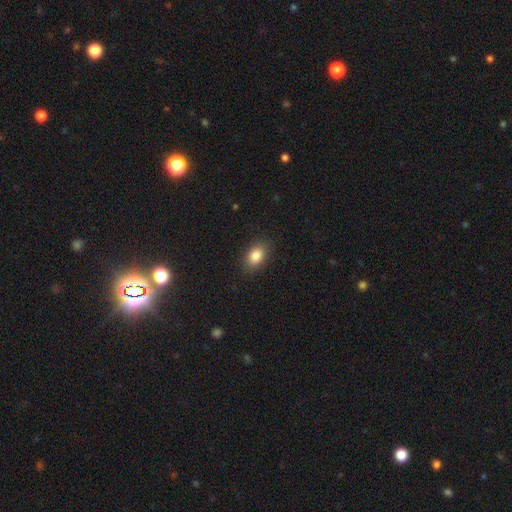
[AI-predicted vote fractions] Morphology: type=smooth (85%); roundness=in between (83%); merging=none (87%).